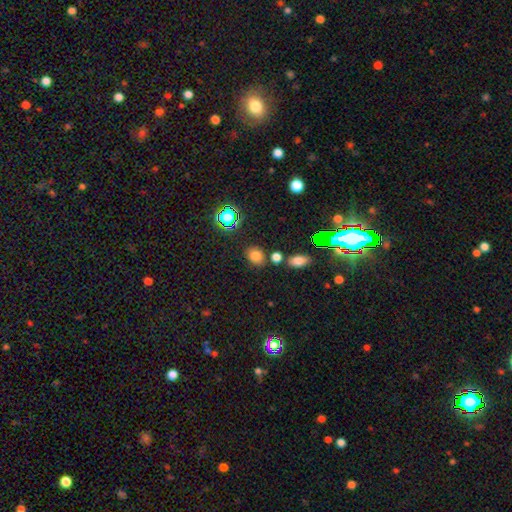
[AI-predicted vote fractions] Morphology: type=smooth (75%); roundness=in between (51%); merging=none (77%).